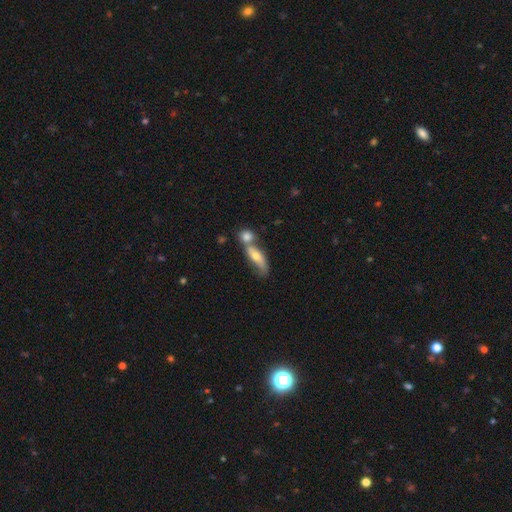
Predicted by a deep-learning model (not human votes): The model was most divided on "how rounded": in between: 53%, cigar-shaped: 41%, round: 6%. More confident: merging — merger (54%); smooth or featured — smooth (53%).